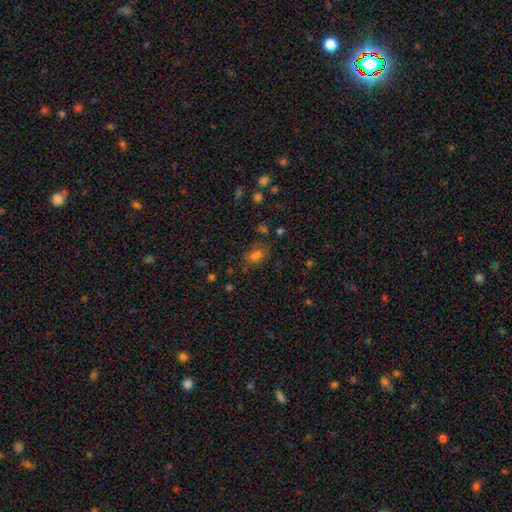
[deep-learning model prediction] Smooth or featured? Predicted: smooth (p=0.68). How rounded? Predicted: in between (p=0.79). Merging? Predicted: none (p=0.63).